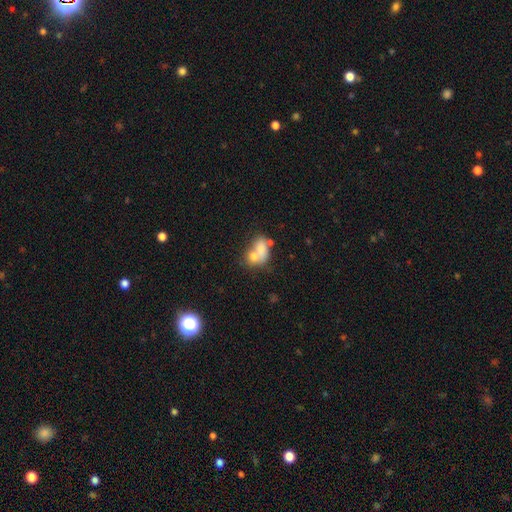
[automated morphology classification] This appears to be a smooth galaxy with no disk features (67%) that is in between round and cigar-shaped (68%). Merging: merger (65%).